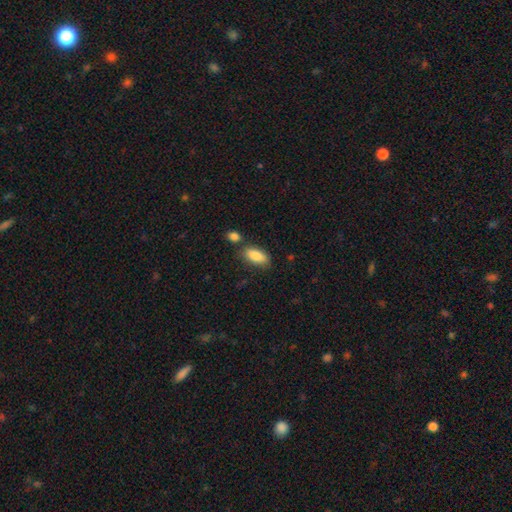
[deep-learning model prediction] This is clearly a smooth galaxy (88%). How rounded: clearly in between (89%). Merging: likely none (71%).